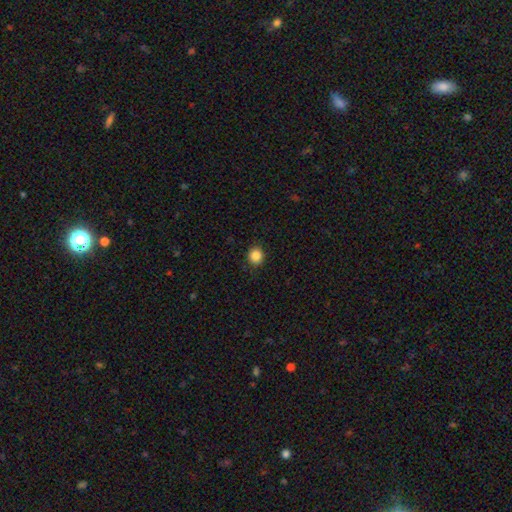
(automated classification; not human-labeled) Smooth or featured?
  - smooth: 86% *
  - star or artifact: 10%
  - featured or disk: 3%
How rounded?
  - round: 88% *
  - in between: 11%
  - cigar-shaped: 1%
Merging?
  - none: 91% *
  - minor disturbance: 6%
  - major disturbance: 2%
  - merger: 1%